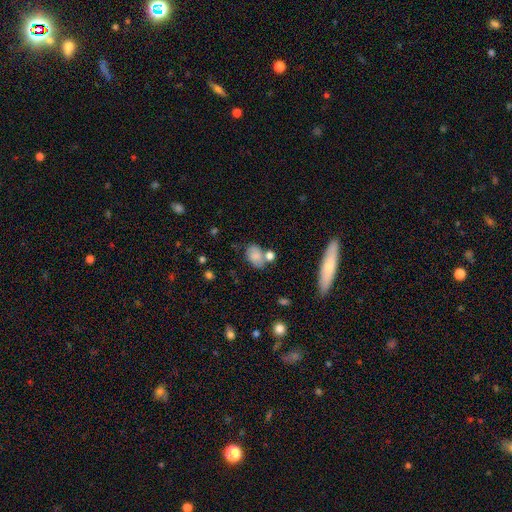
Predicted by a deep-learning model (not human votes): This is likely a smooth galaxy (75%). How rounded: likely in between (75%). Merging: possibly none (48%).